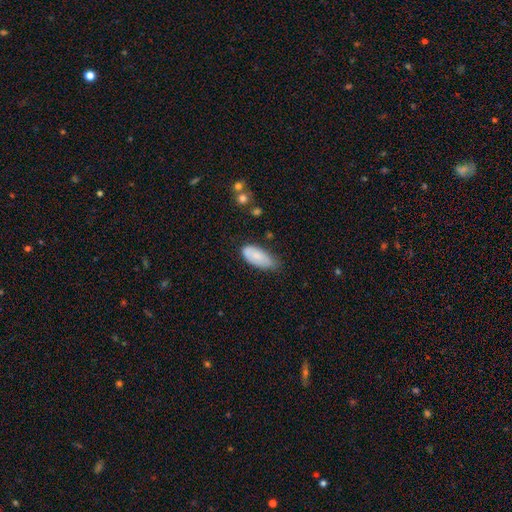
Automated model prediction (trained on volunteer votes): smooth_or_featured: smooth (p=0.79) [alt: featured or disk p=0.15]
how_rounded: in between (p=0.88) [alt: cigar-shaped p=0.10]
merging: none (p=0.50) [alt: minor disturbance p=0.40]